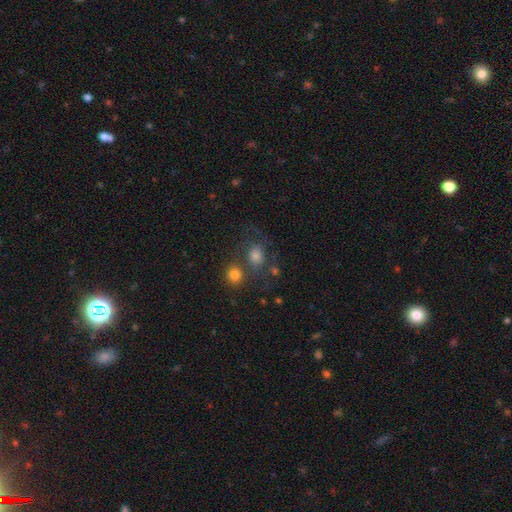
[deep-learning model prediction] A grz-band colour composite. It shows a smooth galaxy with no disk features (52%) that is round (65%). Merging: none (50%).